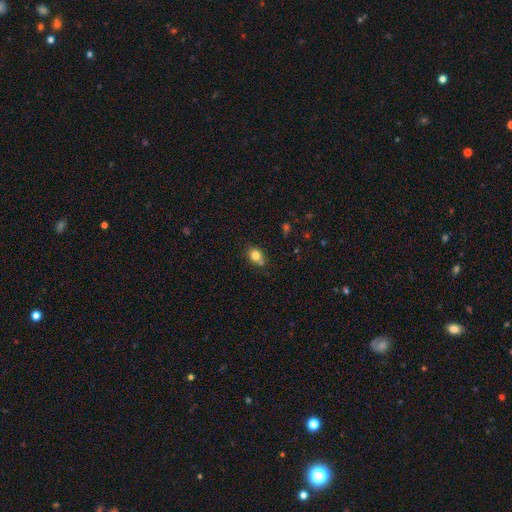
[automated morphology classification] This appears to be a smooth galaxy with no disk features (80%) that is in between round and cigar-shaped (49%, tied with round). Merging: none (66%).